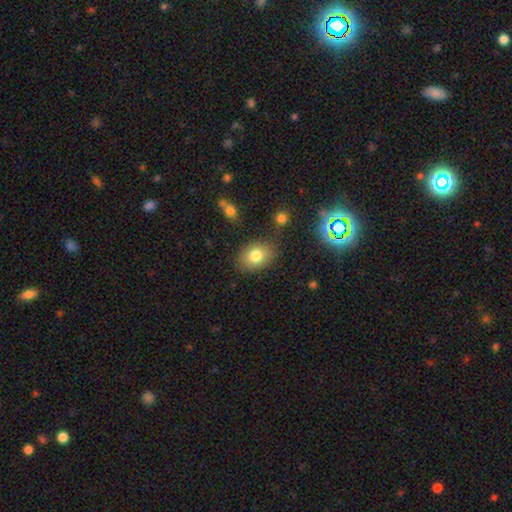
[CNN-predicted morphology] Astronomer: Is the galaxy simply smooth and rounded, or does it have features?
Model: smooth — 79%.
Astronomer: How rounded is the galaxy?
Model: in between — 69%.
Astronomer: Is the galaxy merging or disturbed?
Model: none — 77%.